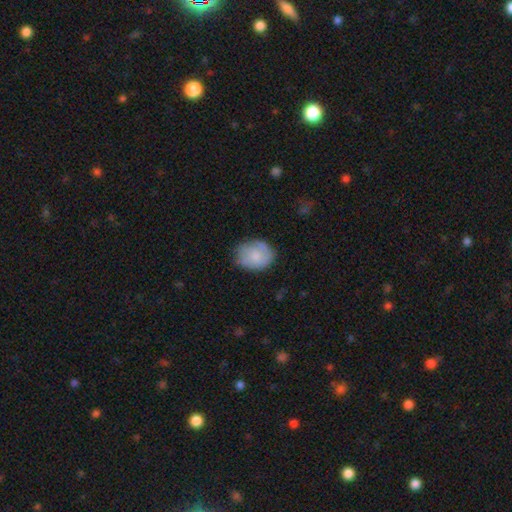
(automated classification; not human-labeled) Smooth or featured? Predicted: smooth (p=0.67). How rounded? Predicted: round (p=0.51). Merging? Predicted: none (p=0.71).